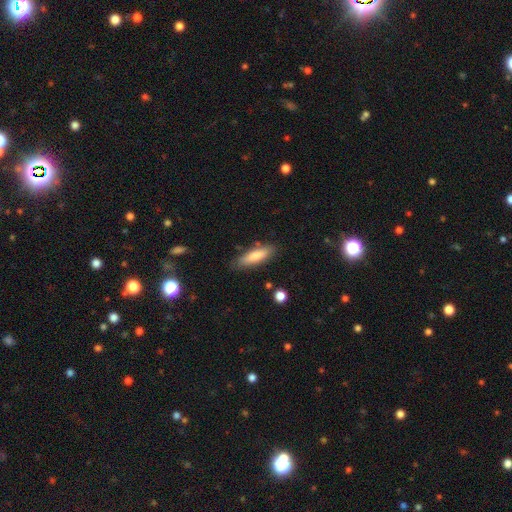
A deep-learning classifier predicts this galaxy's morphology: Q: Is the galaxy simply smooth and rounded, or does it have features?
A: smooth — 78%.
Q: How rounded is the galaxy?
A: cigar-shaped — 60%.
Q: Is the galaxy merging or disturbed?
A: none — 82%.